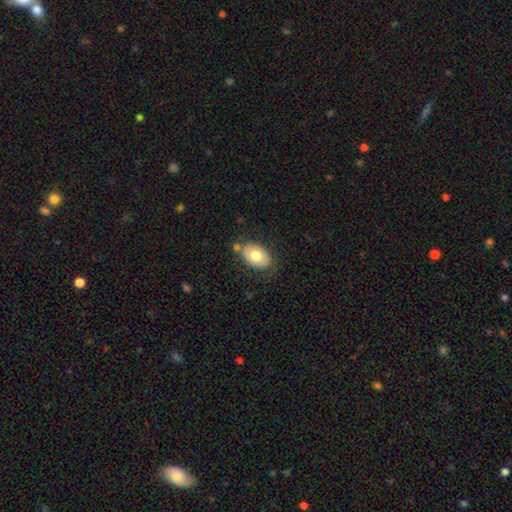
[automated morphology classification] Overall: smooth (73%). How rounded: in between (84%). Merging: none (72%).